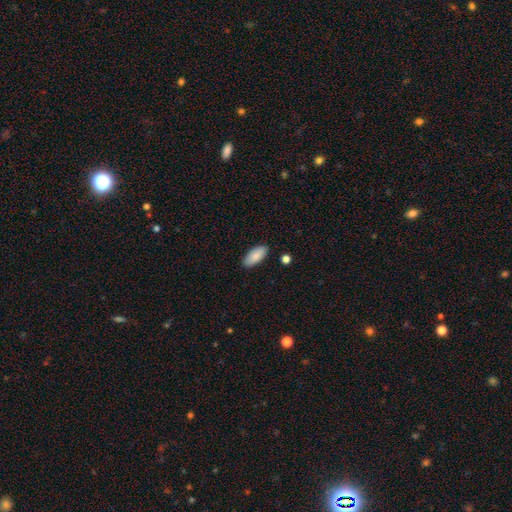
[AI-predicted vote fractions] Smooth or featured?
  - smooth: 87% *
  - featured or disk: 7%
  - star or artifact: 6%
How rounded?
  - in between: 86% *
  - cigar-shaped: 12%
  - round: 2%
Merging?
  - none: 88% *
  - minor disturbance: 9%
  - major disturbance: 2%
  - merger: 2%